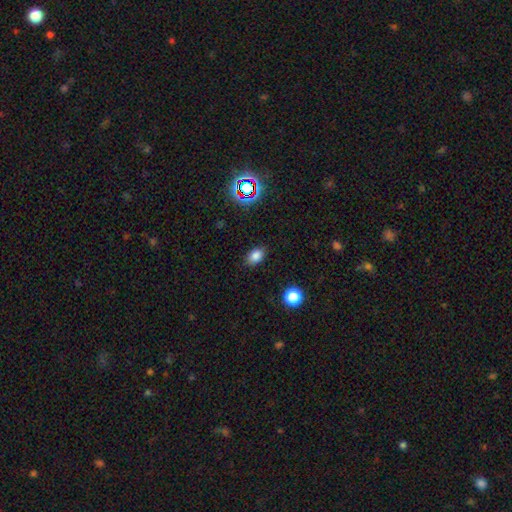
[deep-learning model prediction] Morphology: type=smooth (80%); roundness=in between (82%); merging=none (84%).